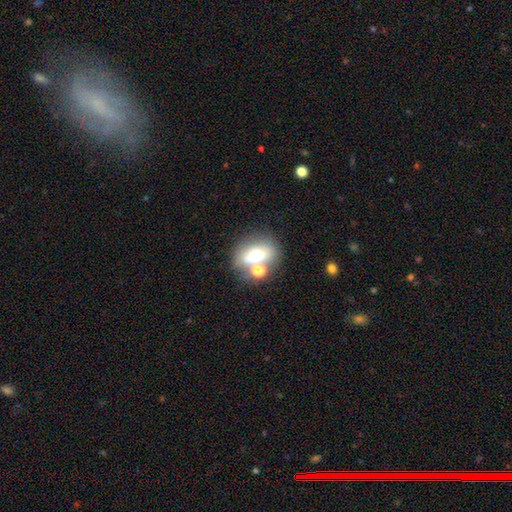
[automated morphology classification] Smooth or featured?
  - smooth: 65% *
  - featured or disk: 21%
  - star or artifact: 14%
How rounded?
  - in between: 66% *
  - round: 31%
  - cigar-shaped: 3%
Merging?
  - none: 43% *
  - merger: 35%
  - minor disturbance: 13%
  - major disturbance: 9%